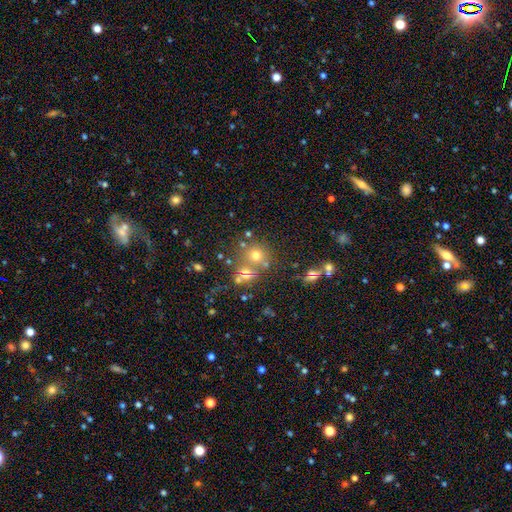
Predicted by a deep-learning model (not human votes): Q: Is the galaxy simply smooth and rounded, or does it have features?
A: smooth — 61%.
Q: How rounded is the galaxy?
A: round — 86%.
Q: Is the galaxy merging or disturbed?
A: none — 57%.